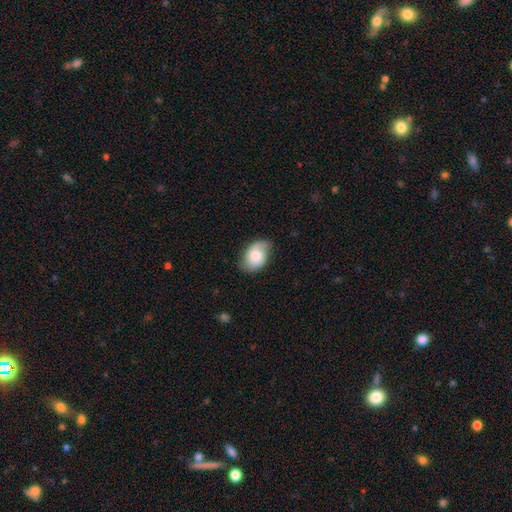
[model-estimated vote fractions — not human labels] smooth_or_featured: smooth (p=0.61) [alt: featured or disk p=0.32]
how_rounded: in between (p=0.83) [alt: round p=0.16]
merging: none (p=0.66) [alt: minor disturbance p=0.26]